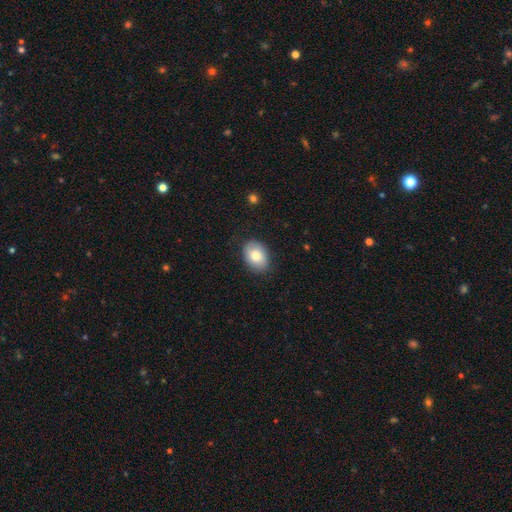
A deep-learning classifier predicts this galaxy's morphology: Smooth or featured? smooth (81%)
How rounded? in between (76%)
Merging? none (84%)